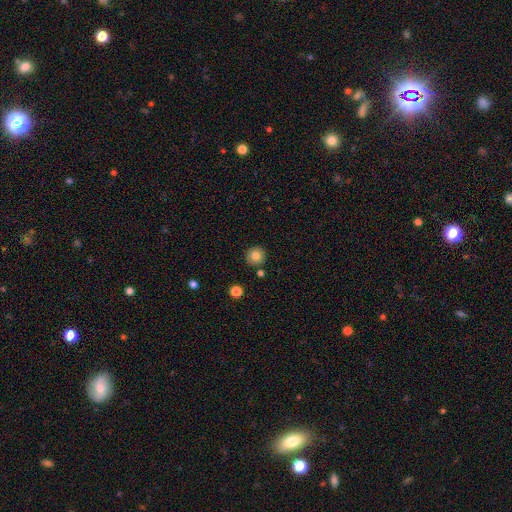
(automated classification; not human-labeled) Smooth or featured? Predicted: smooth (p=0.81). How rounded? Predicted: round (p=0.94). Merging? Predicted: none (p=0.87).